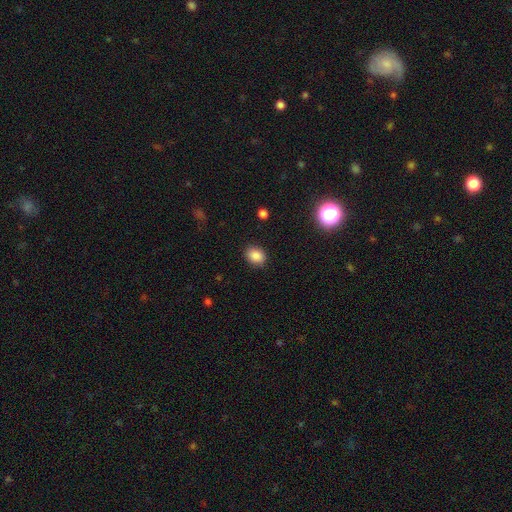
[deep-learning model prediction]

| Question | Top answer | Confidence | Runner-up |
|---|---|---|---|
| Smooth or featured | smooth | 86% | star or artifact (10%) |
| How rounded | in between | 56% | round (43%) |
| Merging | none | 87% | minor disturbance (9%) |